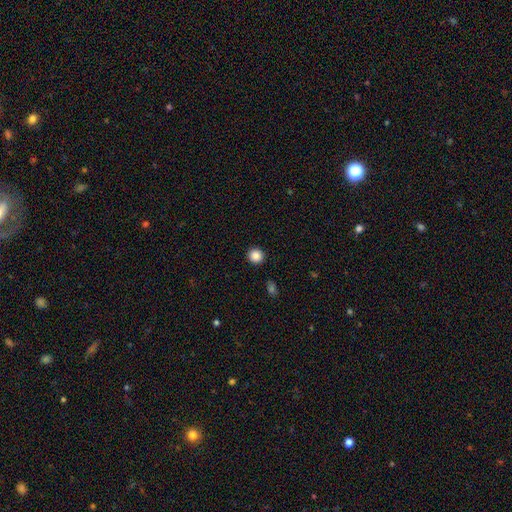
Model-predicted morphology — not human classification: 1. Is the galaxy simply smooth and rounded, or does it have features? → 86% smooth, 10% star or artifact, 4% featured or disk.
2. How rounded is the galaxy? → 94% round, 5% in between, 1% cigar-shaped.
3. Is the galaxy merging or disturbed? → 93% none, 5% minor disturbance, 2% major disturbance, 1% merger.